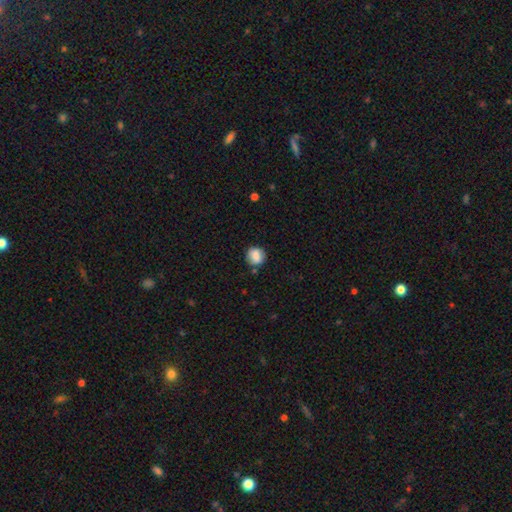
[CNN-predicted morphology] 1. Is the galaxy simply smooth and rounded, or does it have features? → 80% smooth, 12% featured or disk, 8% star or artifact.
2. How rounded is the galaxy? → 85% round, 14% in between, 1% cigar-shaped.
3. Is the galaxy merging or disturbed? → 81% none, 13% minor disturbance, 3% major disturbance, 3% merger.